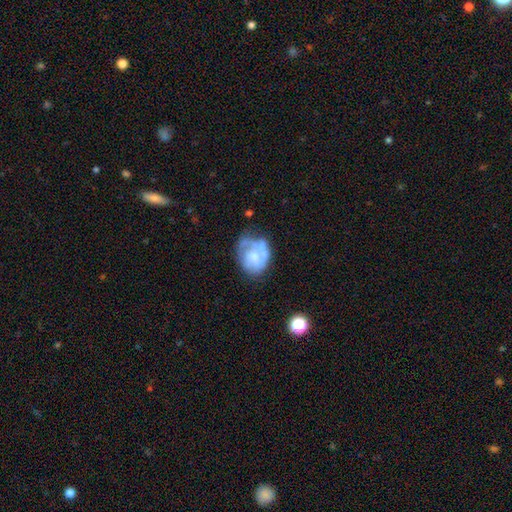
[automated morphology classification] A featured or disk galaxy (56%) with no bar (83%), no spiral arms (65%) and a moderate central bulge (37%).

Vote fractions:
- Smooth or featured? featured or disk: 56% / smooth: 36% / star or artifact: 8%
- Edge-on disk? no: 98% / yes: 2%
- Bar? no: 83% / weak: 14% / strong: 3%
- Spiral arms? no: 65% / yes: 35%
- Bulge size? moderate: 37% / none: 26% / small: 24% / large: 11% / dominant: 2%
- Merging? none: 38% / minor disturbance: 28% / major disturbance: 23% / merger: 12%